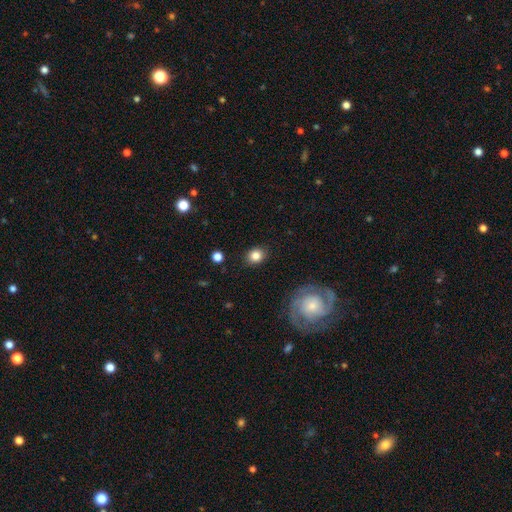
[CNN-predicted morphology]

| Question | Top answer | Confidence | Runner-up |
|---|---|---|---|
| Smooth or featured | smooth | 83% | star or artifact (10%) |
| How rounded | round | 68% | in between (31%) |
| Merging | none | 88% | minor disturbance (8%) |